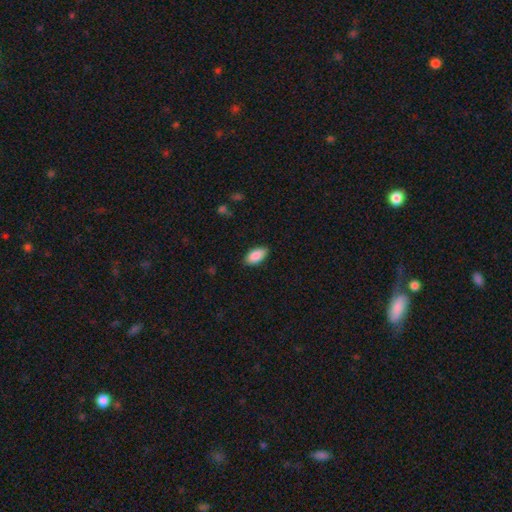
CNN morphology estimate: Smooth or featured? smooth (89%)
How rounded? in between (93%)
Merging? none (86%)